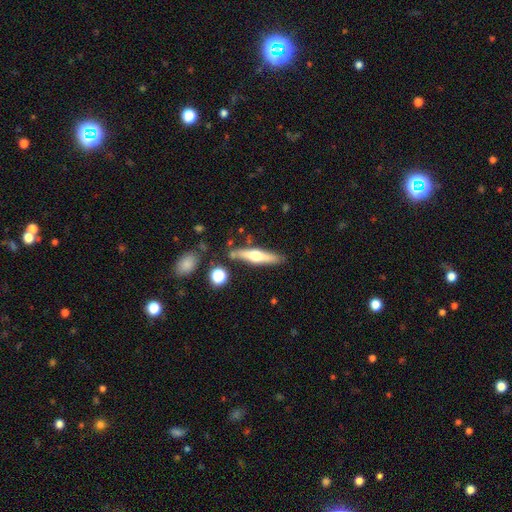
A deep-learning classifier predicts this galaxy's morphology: Smooth or featured?
  - featured or disk: 53% *
  - smooth: 41%
  - star or artifact: 6%
Edge-on disk?
  - yes: 93% *
  - no: 7%
Merging?
  - none: 81% *
  - minor disturbance: 11%
  - merger: 5%
  - major disturbance: 3%